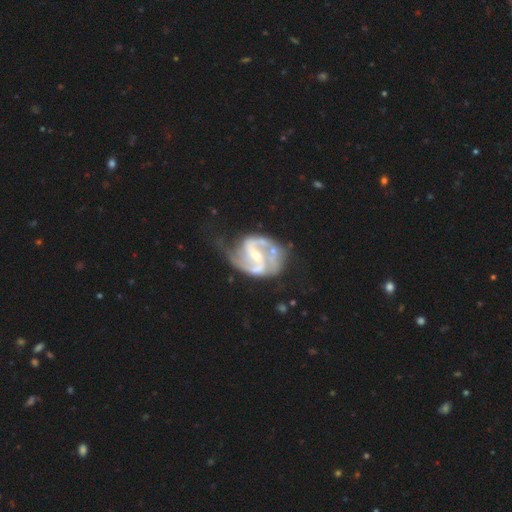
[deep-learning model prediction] Overall: featured or disk (92%). Edge-on disk: no (98%). Bar: weak (48%; strong 33%). Spiral arms: yes (98%). Spiral arm count: 2 (87%). Spiral winding: medium (56%; tight 22%). Bulge size: small (56%; moderate 35%). Merging: none (48%; minor disturbance 27%).